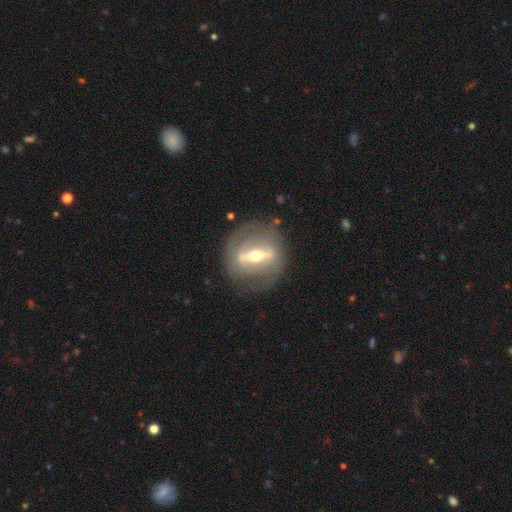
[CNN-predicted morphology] This appears to be a featured or disk galaxy (81%) with a strong bar (80%), no spiral arms (62%) and a moderate central bulge (64%). Merging: none (78%).